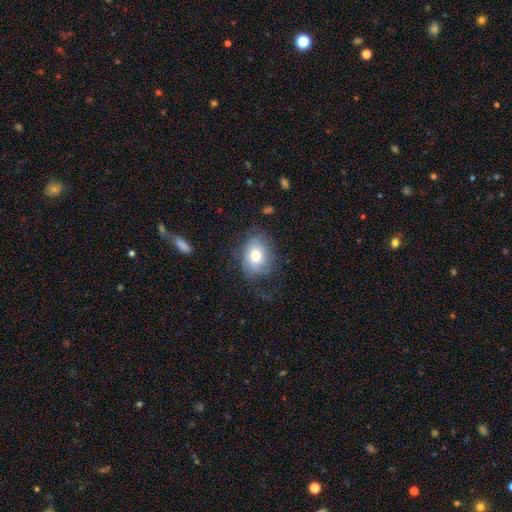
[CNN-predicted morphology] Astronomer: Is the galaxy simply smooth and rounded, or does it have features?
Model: smooth — 65%.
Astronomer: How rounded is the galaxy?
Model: in between — 60% (runner-up: round, 39%).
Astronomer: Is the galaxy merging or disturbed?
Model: none — 58%.